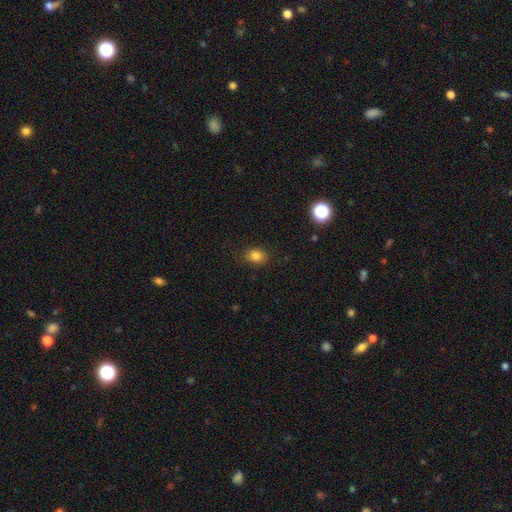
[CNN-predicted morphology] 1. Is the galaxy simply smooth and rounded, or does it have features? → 82% smooth, 12% star or artifact, 6% featured or disk.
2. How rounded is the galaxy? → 58% in between, 41% round, 1% cigar-shaped.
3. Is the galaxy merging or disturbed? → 84% none, 12% minor disturbance, 3% major disturbance, 1% merger.